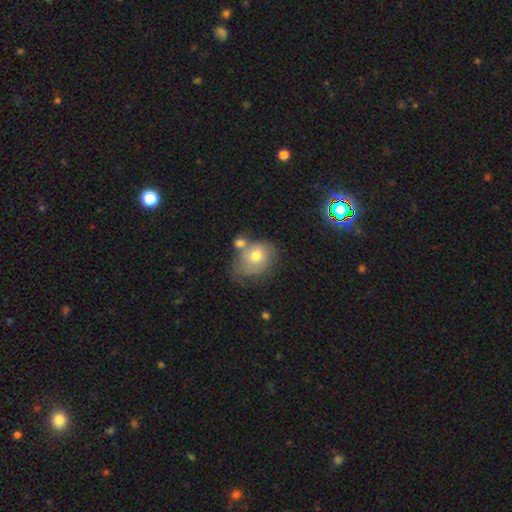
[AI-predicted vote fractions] This is likely a smooth galaxy (65%). How rounded: possibly round (60%). Merging: marginally none (34%).